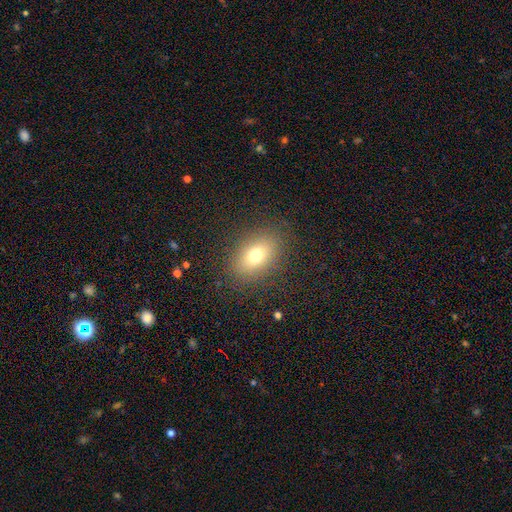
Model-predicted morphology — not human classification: Smooth or featured? Predicted: smooth (p=0.72). How rounded? Predicted: in between (p=0.76). Merging? Predicted: none (p=0.85).